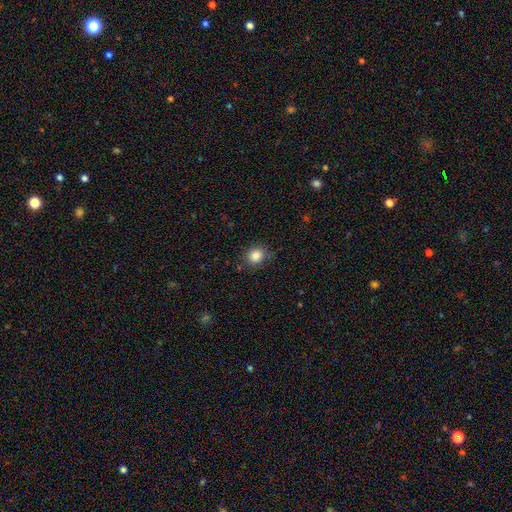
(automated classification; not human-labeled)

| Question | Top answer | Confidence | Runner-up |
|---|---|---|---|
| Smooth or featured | smooth | 85% | star or artifact (11%) |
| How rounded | round | 76% | in between (23%) |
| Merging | none | 82% | minor disturbance (13%) |